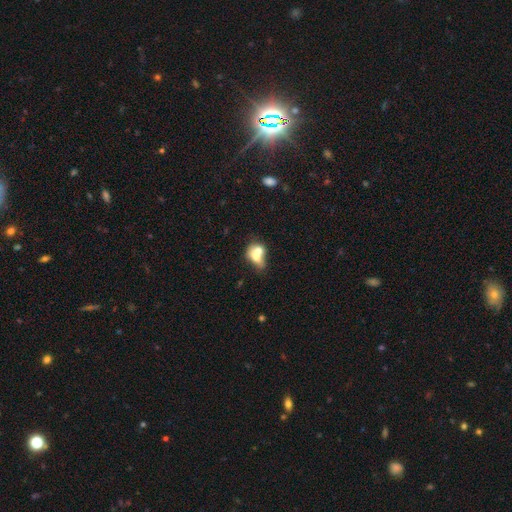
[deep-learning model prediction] Overall: smooth (63%; featured or disk 27%). How rounded: in between (60%; round 37%). Merging: merger (66%).